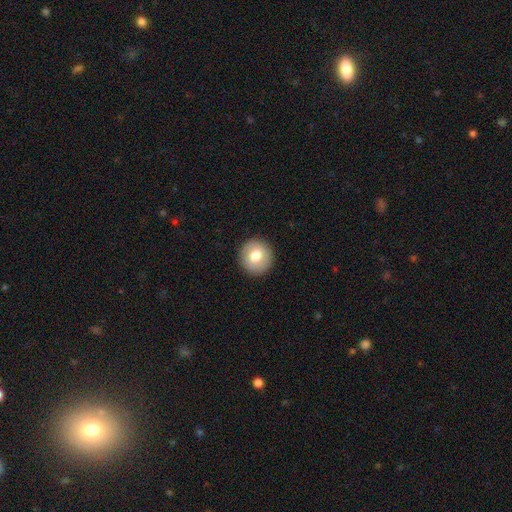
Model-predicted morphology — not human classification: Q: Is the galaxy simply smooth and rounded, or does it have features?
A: smooth — 76%.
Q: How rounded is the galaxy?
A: round — 94%.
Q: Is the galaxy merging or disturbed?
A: none — 92%.